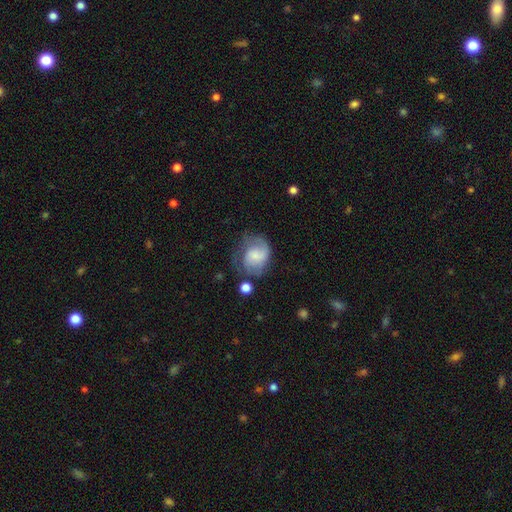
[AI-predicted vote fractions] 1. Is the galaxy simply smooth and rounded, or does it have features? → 53% featured or disk, 39% smooth, 8% star or artifact.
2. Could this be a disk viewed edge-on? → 98% no, 2% yes.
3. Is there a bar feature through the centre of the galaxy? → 63% no, 31% weak, 5% strong.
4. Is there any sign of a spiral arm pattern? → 85% yes, 15% no.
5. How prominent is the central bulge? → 44% small, 26% moderate, 18% none, 9% large, 3% dominant.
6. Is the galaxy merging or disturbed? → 45% none, 27% minor disturbance, 23% major disturbance, 4% merger.